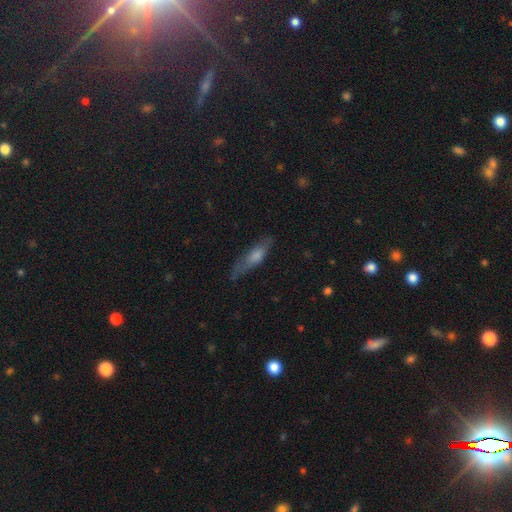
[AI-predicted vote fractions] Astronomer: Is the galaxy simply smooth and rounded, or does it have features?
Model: smooth — 54% (runner-up: featured or disk, 38%).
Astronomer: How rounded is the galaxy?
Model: cigar-shaped — 70%.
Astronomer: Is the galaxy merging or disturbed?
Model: none — 67%.